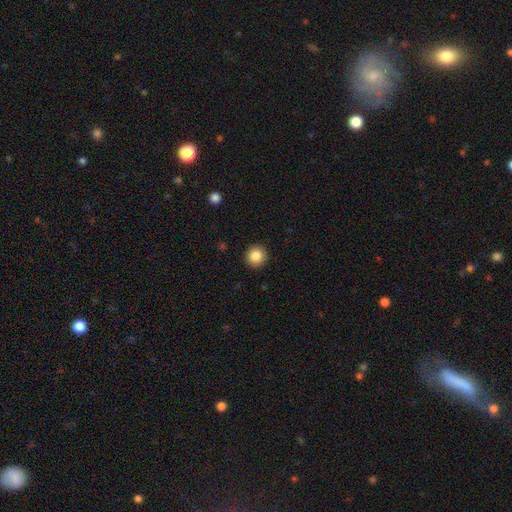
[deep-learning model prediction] smooth_or_featured: smooth (p=0.86) [alt: star or artifact p=0.09]
how_rounded: round (p=0.94) [alt: in between p=0.05]
merging: none (p=0.92) [alt: minor disturbance p=0.05]